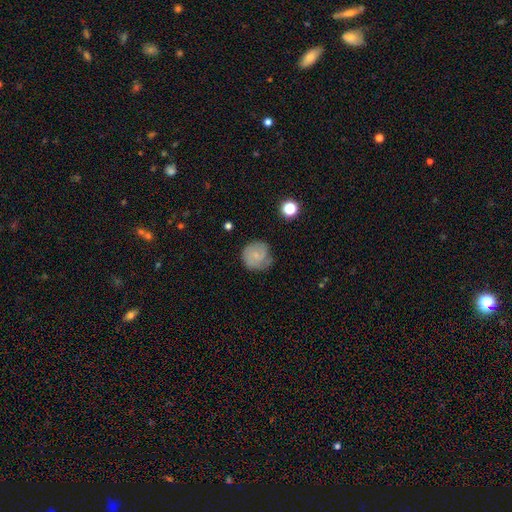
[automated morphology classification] Q: Smooth or featured?
A: smooth (56%); runner-up: featured or disk (36%)
Q: How rounded?
A: round (89%); runner-up: in between (10%)
Q: Merging?
A: none (62%); runner-up: minor disturbance (26%)